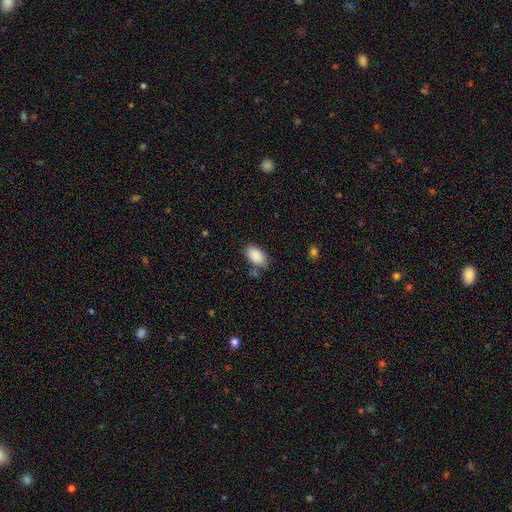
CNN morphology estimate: smooth 89%, star or artifact 7%, featured or disk 4%. Down the decision tree: how rounded — in between (94%); merging — none (73%).